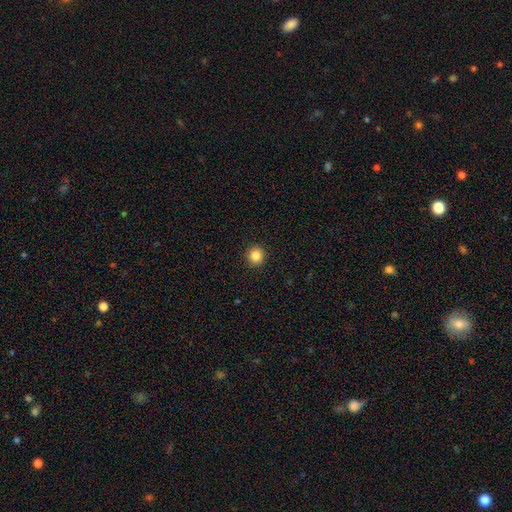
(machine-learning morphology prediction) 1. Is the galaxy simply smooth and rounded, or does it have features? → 85% smooth, 10% star or artifact, 5% featured or disk.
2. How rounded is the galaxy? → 93% round, 6% in between, 1% cigar-shaped.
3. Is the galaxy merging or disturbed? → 93% none, 5% minor disturbance, 2% major disturbance, 1% merger.